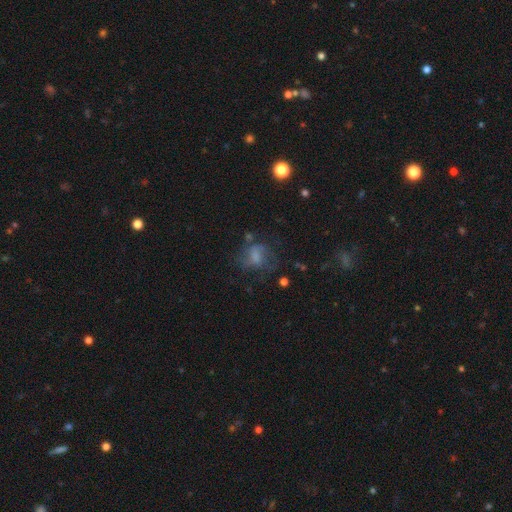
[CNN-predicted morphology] A smooth galaxy with no disk features (52%) that is in between round and cigar-shaped (53%).

Vote fractions:
- Smooth or featured? smooth: 52% / featured or disk: 34% / star or artifact: 14%
- How rounded? in between: 53% / round: 45% / cigar-shaped: 2%
- Merging? none: 40% / major disturbance: 31% / minor disturbance: 23% / merger: 6%